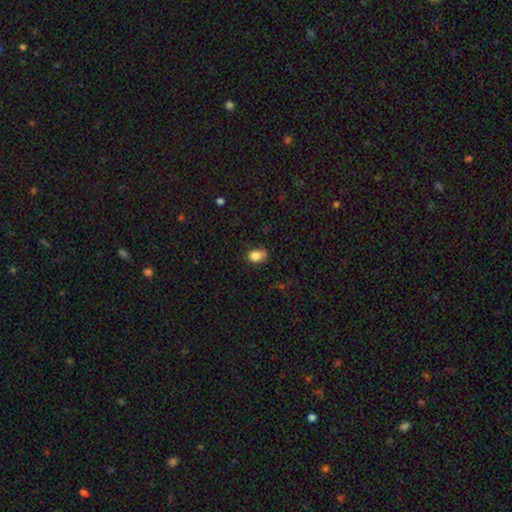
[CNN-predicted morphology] A smooth galaxy with no disk features (83%) that is in between round and cigar-shaped (71%). Merging: none (59%).